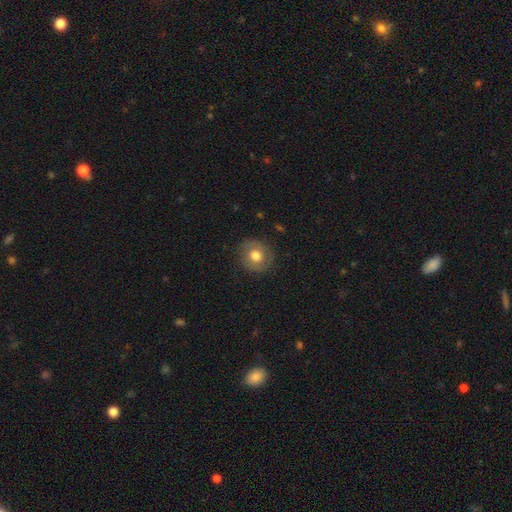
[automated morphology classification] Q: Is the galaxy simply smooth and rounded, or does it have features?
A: smooth — 72%.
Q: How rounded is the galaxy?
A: round — 86%.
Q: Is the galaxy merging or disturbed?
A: none — 86%.